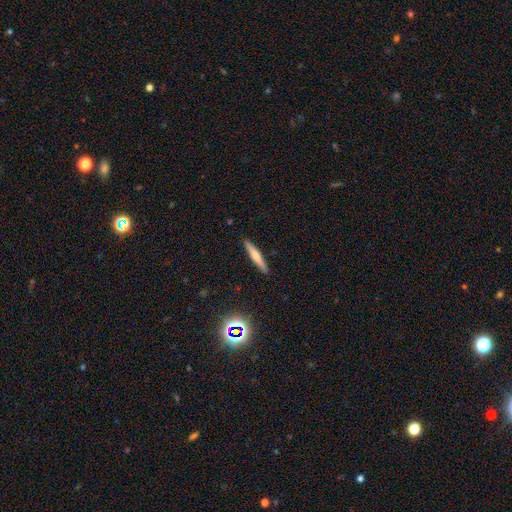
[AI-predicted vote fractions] smooth 48%, featured or disk 44%, star or artifact 8%. Down the decision tree: merging — none (91%).